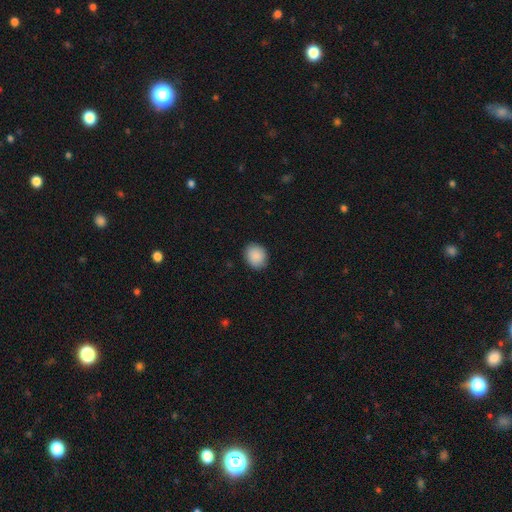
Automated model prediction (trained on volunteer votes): A smooth galaxy with no disk features (90%) that is round (54%). Merging: none (88%).